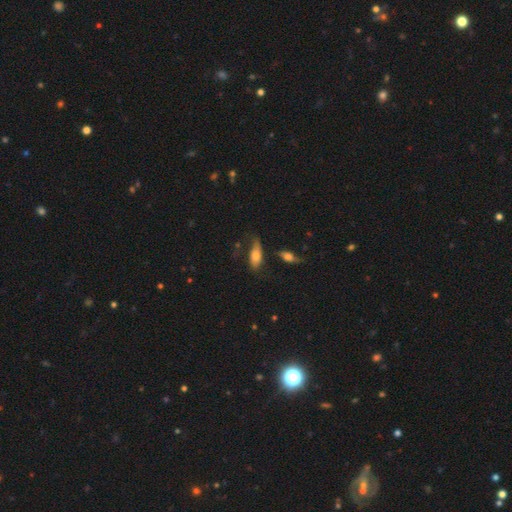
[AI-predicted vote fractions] This appears to be a smooth galaxy with no disk features (69%) that is in between round and cigar-shaped (80%). Merging: none (45%).